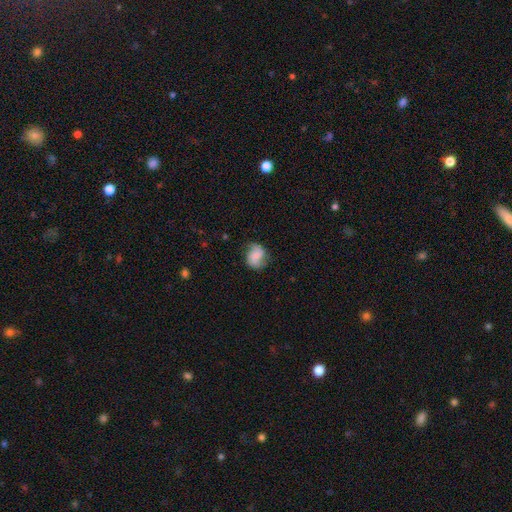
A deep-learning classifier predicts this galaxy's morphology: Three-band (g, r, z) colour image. It shows a featured or disk galaxy (47%). Merging: none (69%).